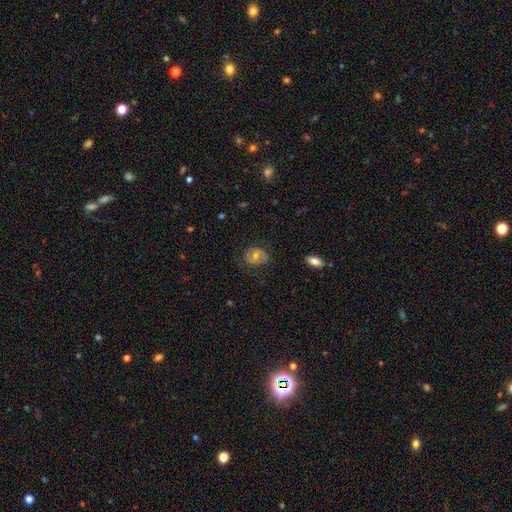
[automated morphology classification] Q: Smooth or featured?
A: featured or disk (50%); runner-up: smooth (38%)
Q: Merging?
A: none (73%); runner-up: minor disturbance (18%)